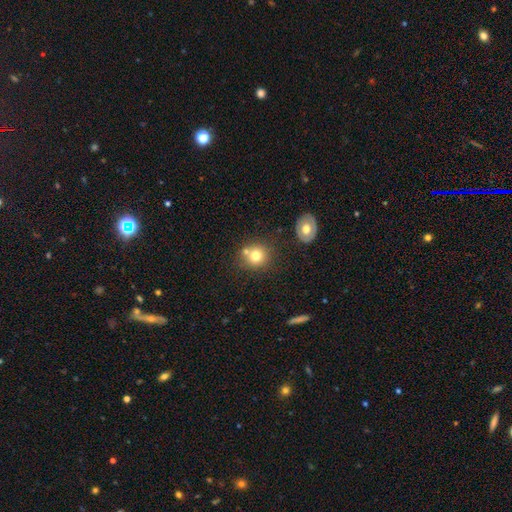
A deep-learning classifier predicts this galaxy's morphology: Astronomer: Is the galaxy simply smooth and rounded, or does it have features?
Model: smooth — 75%.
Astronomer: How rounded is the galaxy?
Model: round — 85%.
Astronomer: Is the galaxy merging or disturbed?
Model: none — 62%.